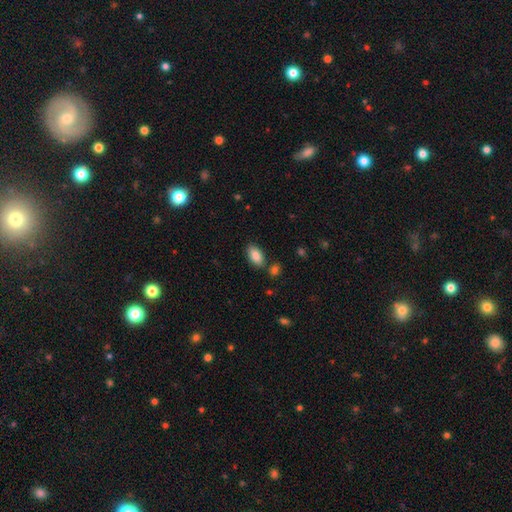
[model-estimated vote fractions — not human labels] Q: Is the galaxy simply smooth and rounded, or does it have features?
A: smooth — 86%.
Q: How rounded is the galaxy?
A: in between — 93%.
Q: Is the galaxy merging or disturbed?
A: none — 81%.